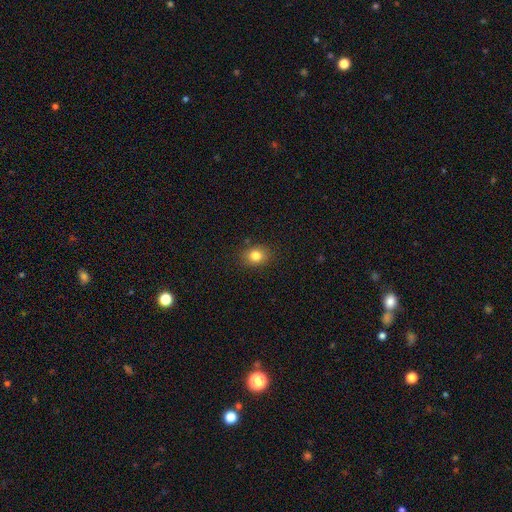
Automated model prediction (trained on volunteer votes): A smooth galaxy with no disk features (81%) that is round (55%). Merging: none (87%).